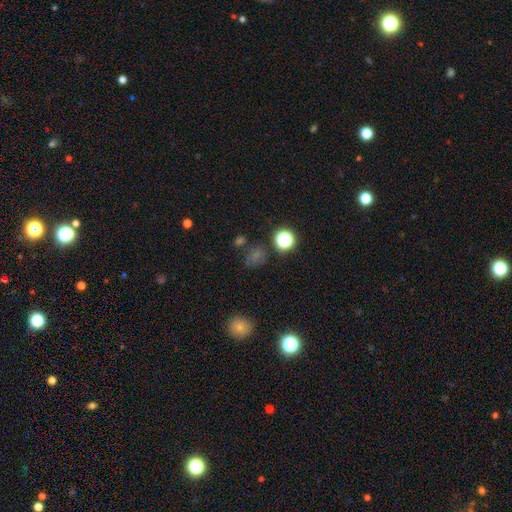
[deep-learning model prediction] smooth_or_featured: smooth (p=0.51) [alt: star or artifact p=0.38]
how_rounded: round (p=0.73) [alt: in between p=0.25]
merging: none (p=0.69) [alt: minor disturbance p=0.15]